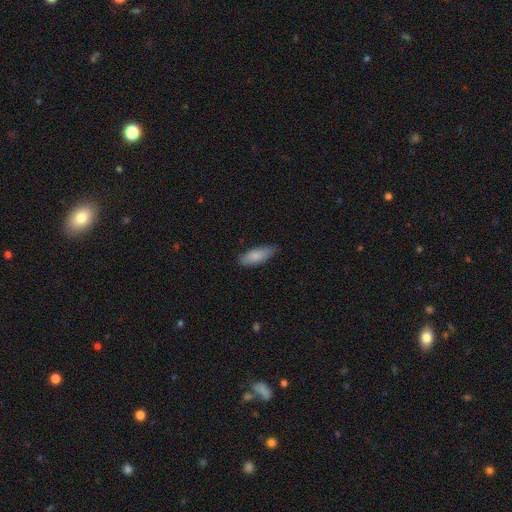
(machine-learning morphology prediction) This is clearly a smooth galaxy (85%). How rounded: likely in between (70%). Merging: likely none (78%).